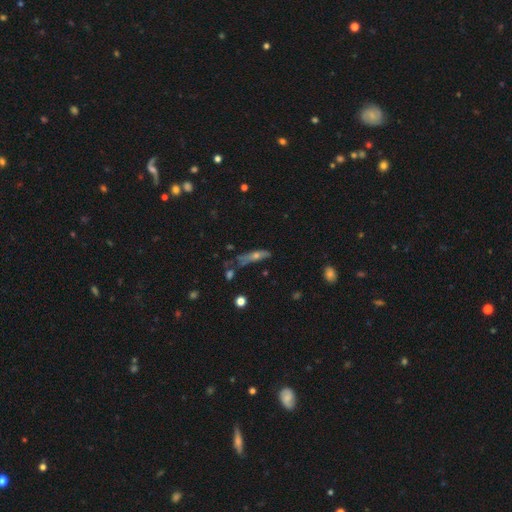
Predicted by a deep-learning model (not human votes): A featured or disk galaxy (43%).

Vote fractions:
- Smooth or featured? featured or disk: 43% / smooth: 41% / star or artifact: 16%
- Merging? none: 47% / minor disturbance: 26% / major disturbance: 17% / merger: 10%